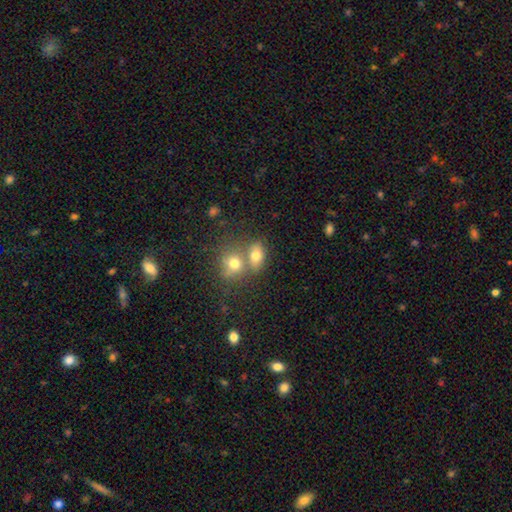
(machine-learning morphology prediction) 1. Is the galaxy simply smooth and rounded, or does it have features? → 75% smooth, 13% featured or disk, 13% star or artifact.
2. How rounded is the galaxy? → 70% in between, 27% round, 2% cigar-shaped.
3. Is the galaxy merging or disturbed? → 45% merger, 42% none, 10% minor disturbance, 4% major disturbance.